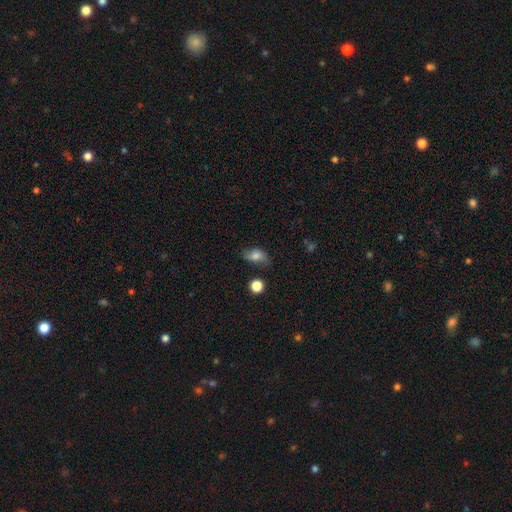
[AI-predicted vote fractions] This appears to be a smooth galaxy with no disk features (74%) that is in between round and cigar-shaped (83%). Merging: none (61%).